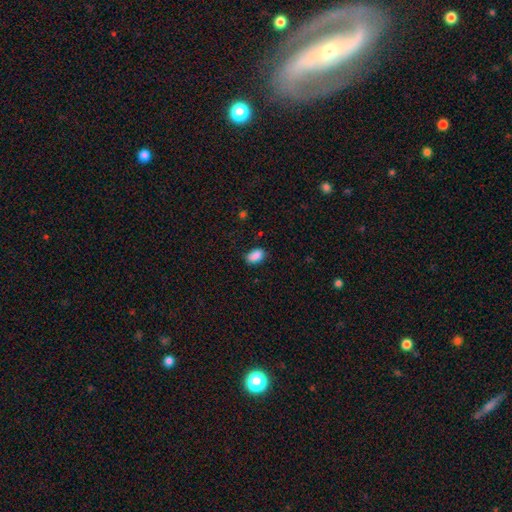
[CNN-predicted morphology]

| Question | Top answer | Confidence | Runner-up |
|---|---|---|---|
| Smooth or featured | smooth | 88% | star or artifact (8%) |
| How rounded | in between | 90% | round (8%) |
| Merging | none | 74% | minor disturbance (20%) |